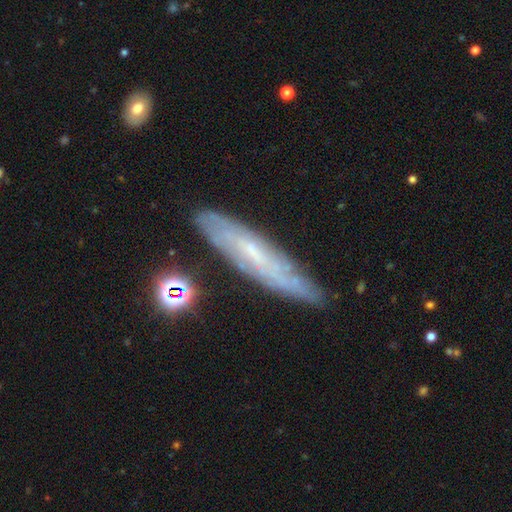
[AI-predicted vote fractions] Smooth or featured?
  - featured or disk: 66% *
  - smooth: 26%
  - star or artifact: 9%
Edge-on disk?
  - yes: 52% *
  - no: 48%
Merging?
  - none: 79% *
  - minor disturbance: 15%
  - major disturbance: 3%
  - merger: 3%